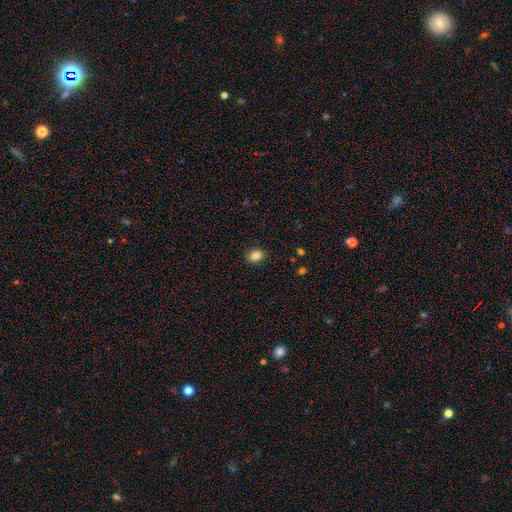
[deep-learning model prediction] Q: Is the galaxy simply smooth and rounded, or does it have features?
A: smooth — 84%.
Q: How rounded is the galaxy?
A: in between — 70%.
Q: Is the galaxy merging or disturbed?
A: none — 89%.